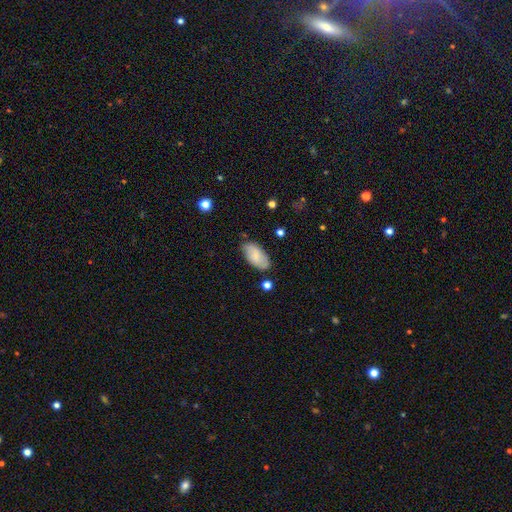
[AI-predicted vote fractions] A smooth galaxy with no disk features (68%) that is in between round and cigar-shaped (93%). Merging: none (77%).